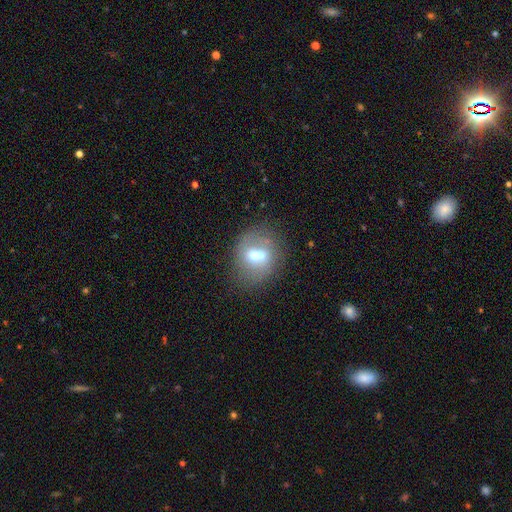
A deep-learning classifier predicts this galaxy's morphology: Smooth or featured? smooth (53%)
How rounded? round (59%)
Merging? none (49%)